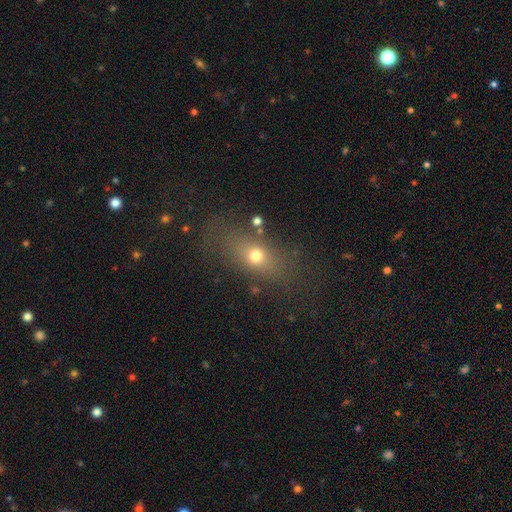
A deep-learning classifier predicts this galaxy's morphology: A smooth galaxy with no disk features (65%) that is in between round and cigar-shaped (62%).

Vote fractions:
- Smooth or featured? smooth: 65% / featured or disk: 18% / star or artifact: 17%
- How rounded? in between: 62% / round: 25% / cigar-shaped: 13%
- Merging? none: 70% / minor disturbance: 15% / major disturbance: 11% / merger: 4%